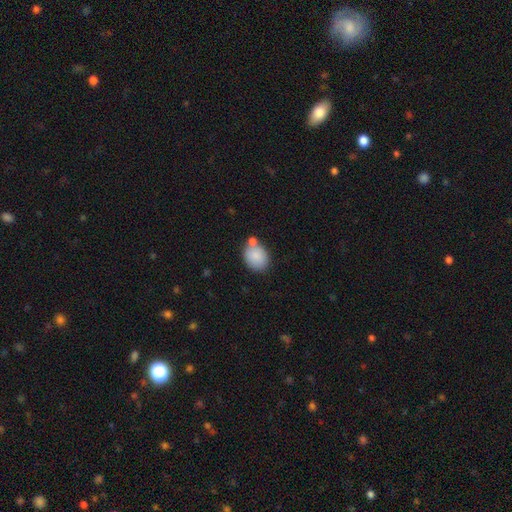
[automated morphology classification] A smooth galaxy with no disk features (86%) that is in between round and cigar-shaped (51%). Merging: none (62%).